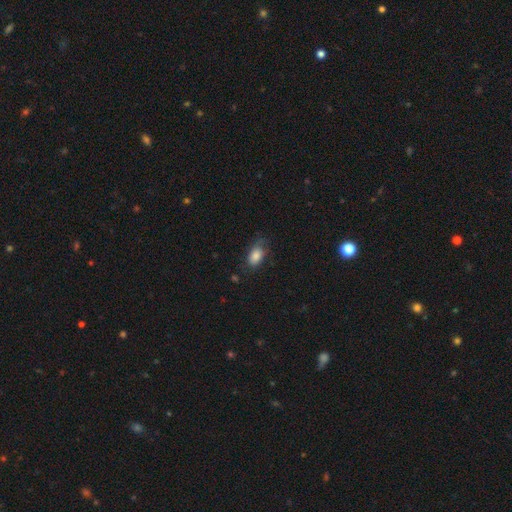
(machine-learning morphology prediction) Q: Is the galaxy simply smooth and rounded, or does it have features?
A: smooth — 81%.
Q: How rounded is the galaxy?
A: in between — 90%.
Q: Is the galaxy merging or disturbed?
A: none — 60%.